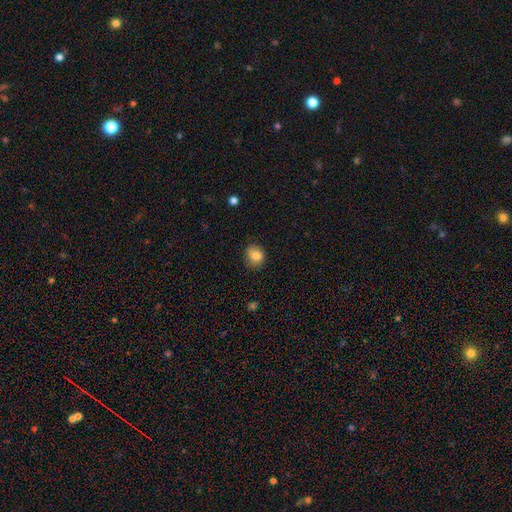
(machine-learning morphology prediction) Overall: smooth (82%). How rounded: round (67%; in between 32%). Merging: none (74%).